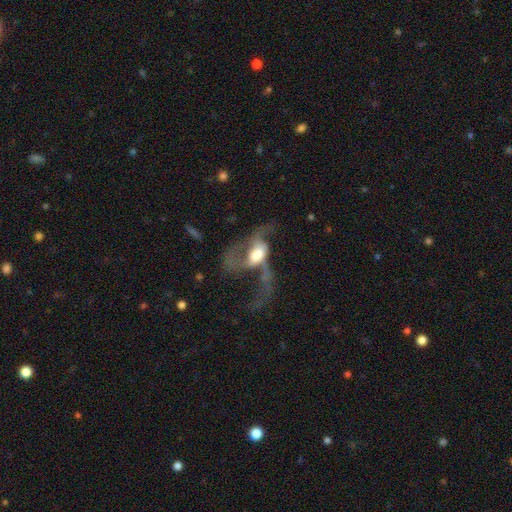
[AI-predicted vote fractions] Smooth or featured: featured or disk — 73% (smooth — 19%)
Edge-on disk: no — 95% (yes — 5%)
Bar: no — 54% (weak — 33%)
Spiral arms: yes — 79% (no — 21%)
Spiral winding: loose — 71% (medium — 24%)
Spiral arm count: 2 — 35% (3 — 34%)
Bulge size: large — 49% (moderate — 31%)
Merging: major disturbance — 59% (none — 21%)